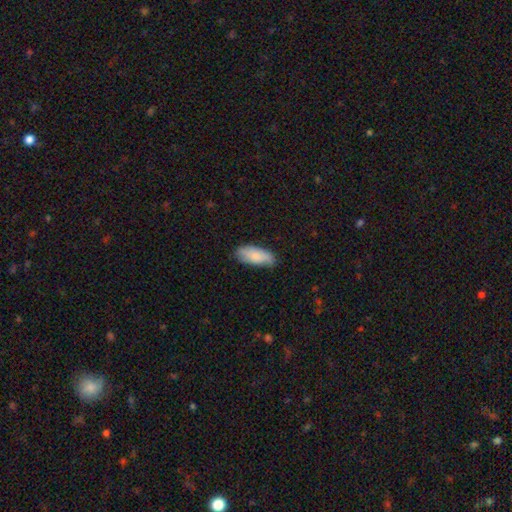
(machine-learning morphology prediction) Smooth or featured: smooth — 82% (featured or disk — 12%)
How rounded: in between — 81% (cigar-shaped — 17%)
Merging: none — 72% (minor disturbance — 23%)